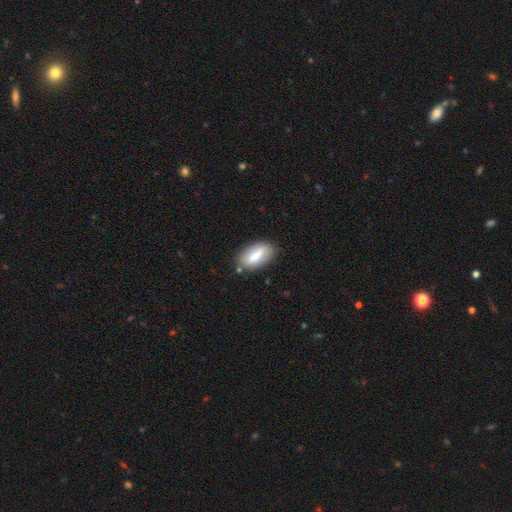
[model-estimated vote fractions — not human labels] Morphology: type=smooth (67%); roundness=in between (86%); merging=none (78%).